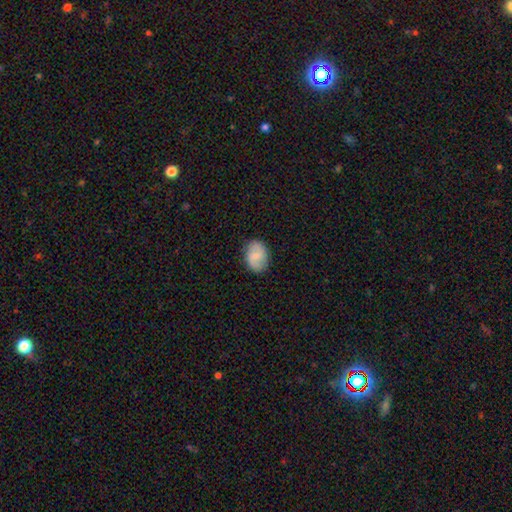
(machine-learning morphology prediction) This is likely a smooth galaxy (63%). How rounded: likely in between (68%). Merging: clearly none (83%).